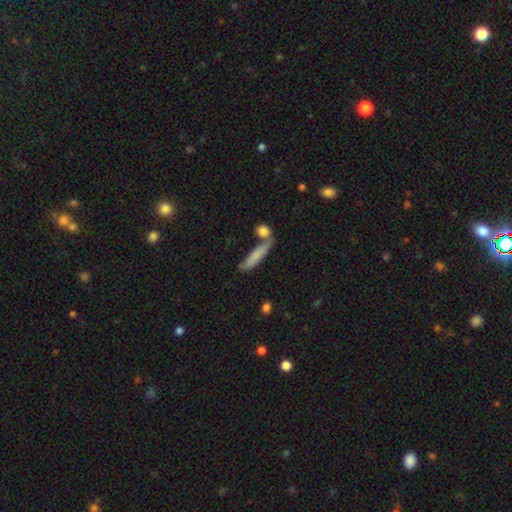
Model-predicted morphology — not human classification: Overall: smooth (74%). How rounded: cigar-shaped (77%). Merging: none (55%; merger 24%).